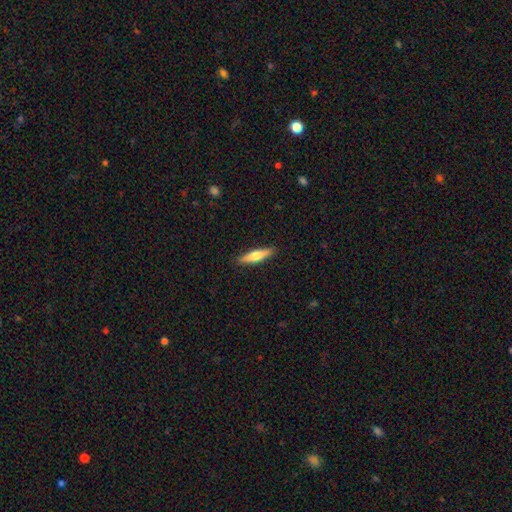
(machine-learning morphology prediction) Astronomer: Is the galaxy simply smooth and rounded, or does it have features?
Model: smooth — 54% (runner-up: featured or disk, 41%).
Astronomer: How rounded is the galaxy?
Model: cigar-shaped — 79%.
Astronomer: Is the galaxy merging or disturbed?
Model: none — 90%.